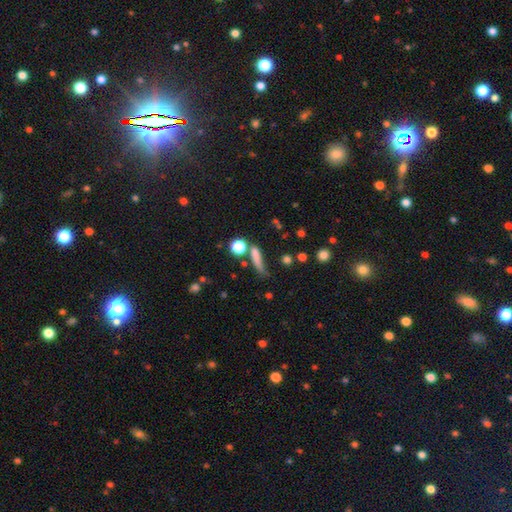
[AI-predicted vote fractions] smooth_or_featured: smooth (p=0.70) [alt: featured or disk p=0.16]
how_rounded: cigar-shaped (p=0.62) [alt: in between p=0.21]
merging: none (p=0.50) [alt: minor disturbance p=0.21]